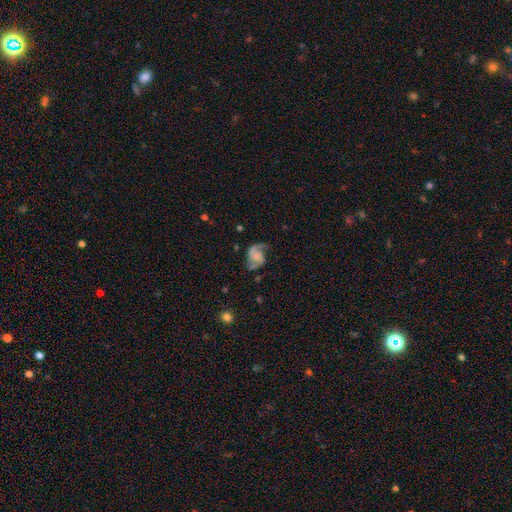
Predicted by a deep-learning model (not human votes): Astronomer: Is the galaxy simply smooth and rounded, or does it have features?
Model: featured or disk — 75%.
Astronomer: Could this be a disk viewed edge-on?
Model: no — 98%.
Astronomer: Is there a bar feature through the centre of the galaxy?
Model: no — 65%.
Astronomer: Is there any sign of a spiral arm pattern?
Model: yes — 94%.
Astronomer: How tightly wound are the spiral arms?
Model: loose — 49% (runner-up: medium, 39%).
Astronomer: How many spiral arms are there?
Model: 2 — 78%.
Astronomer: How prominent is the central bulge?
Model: none — 59%.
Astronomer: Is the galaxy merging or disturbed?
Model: none — 54%.